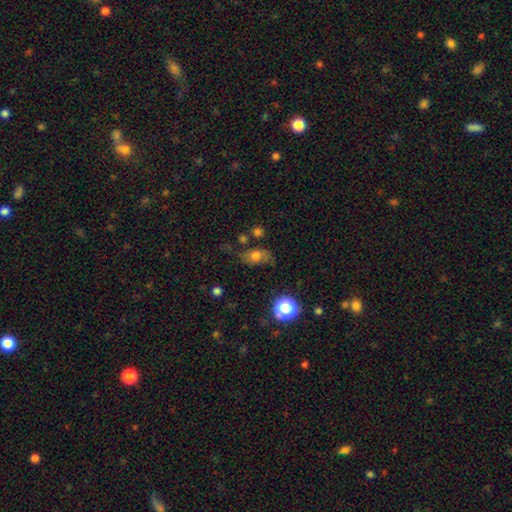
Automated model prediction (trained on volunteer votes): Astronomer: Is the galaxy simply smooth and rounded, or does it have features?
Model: smooth — 61%.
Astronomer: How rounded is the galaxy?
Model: in between — 69%.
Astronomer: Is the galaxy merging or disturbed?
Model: none — 54%.